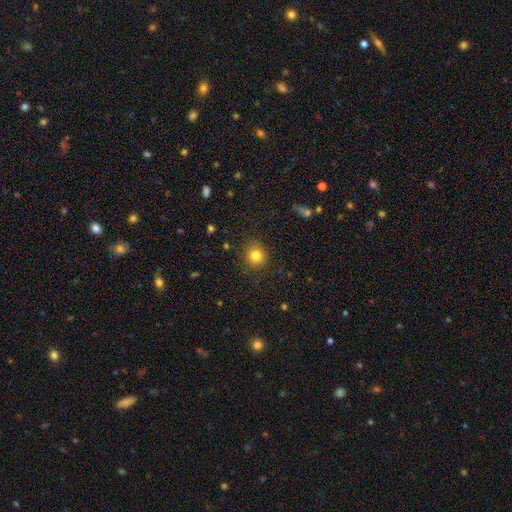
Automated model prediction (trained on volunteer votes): smooth 81%, star or artifact 12%, featured or disk 7%. Down the decision tree: how rounded — round (89%); merging — none (88%).